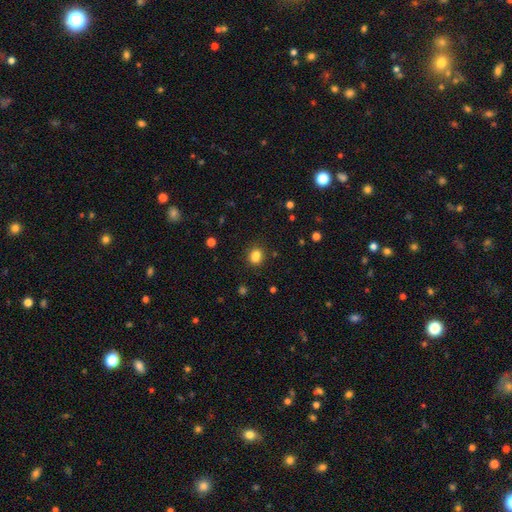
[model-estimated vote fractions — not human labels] Smooth or featured? smooth (83%)
How rounded? round (64%)
Merging? none (81%)